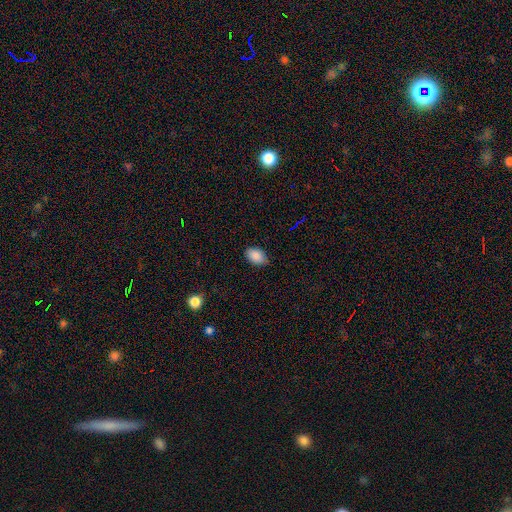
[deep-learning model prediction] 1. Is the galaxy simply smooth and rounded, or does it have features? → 88% smooth, 7% star or artifact, 4% featured or disk.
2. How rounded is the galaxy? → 89% in between, 10% round, 1% cigar-shaped.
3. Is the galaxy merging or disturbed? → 80% none, 17% minor disturbance, 3% major disturbance, 1% merger.